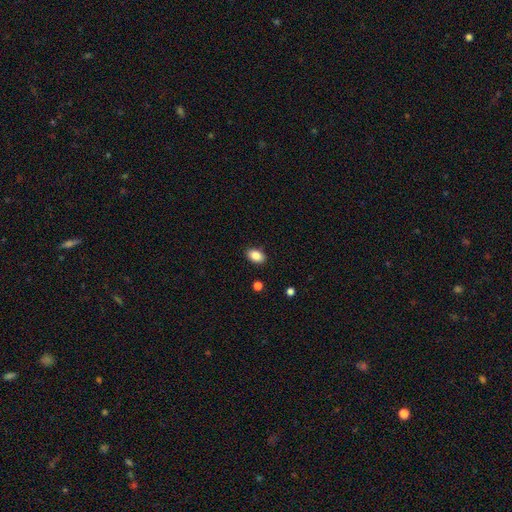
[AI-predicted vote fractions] smooth_or_featured: smooth (p=0.86) [alt: star or artifact p=0.08]
how_rounded: in between (p=0.87) [alt: round p=0.12]
merging: none (p=0.88) [alt: minor disturbance p=0.09]